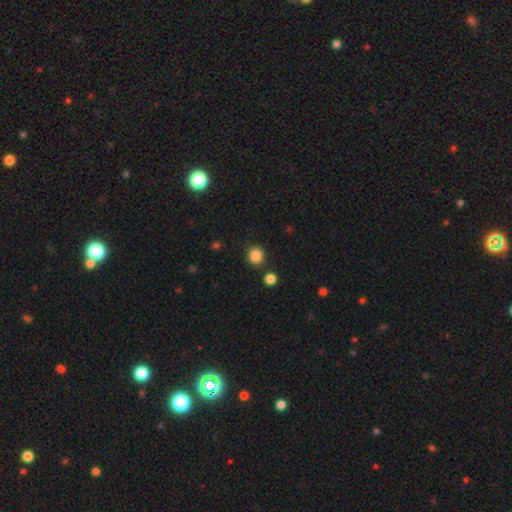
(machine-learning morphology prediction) type=smooth (86%); roundness=round (89%); merging=none (85%).